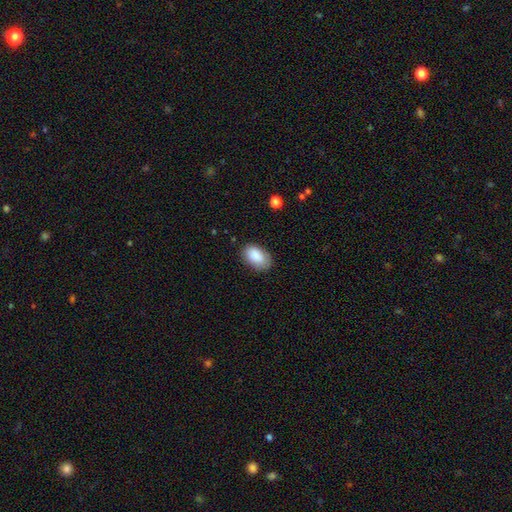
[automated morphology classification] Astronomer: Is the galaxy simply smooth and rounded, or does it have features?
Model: smooth — 88%.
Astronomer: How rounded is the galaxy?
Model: in between — 92%.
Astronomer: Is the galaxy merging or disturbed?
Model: none — 78%.